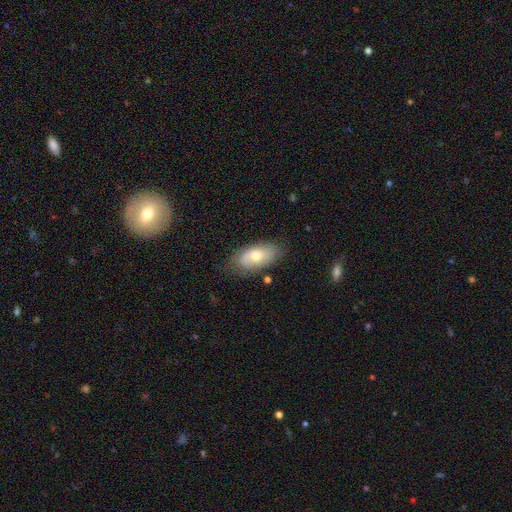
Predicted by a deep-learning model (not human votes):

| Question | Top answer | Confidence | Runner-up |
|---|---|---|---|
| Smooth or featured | smooth | 60% | featured or disk (33%) |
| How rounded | in between | 92% | cigar-shaped (4%) |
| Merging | none | 73% | minor disturbance (20%) |